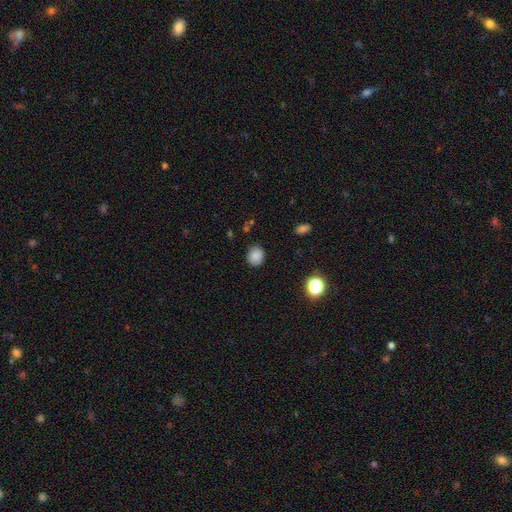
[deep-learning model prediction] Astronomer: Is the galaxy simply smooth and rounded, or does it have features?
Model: smooth — 84%.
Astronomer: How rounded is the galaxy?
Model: round — 70%.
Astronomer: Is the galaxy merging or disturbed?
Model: none — 85%.